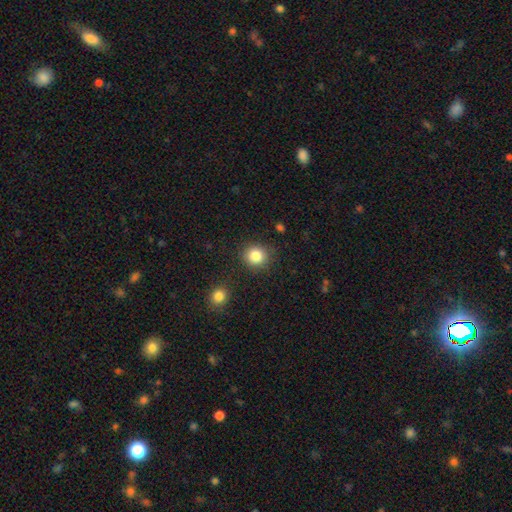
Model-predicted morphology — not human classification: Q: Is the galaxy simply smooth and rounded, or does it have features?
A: smooth — 85%.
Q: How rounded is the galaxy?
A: round — 88%.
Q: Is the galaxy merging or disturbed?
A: none — 86%.